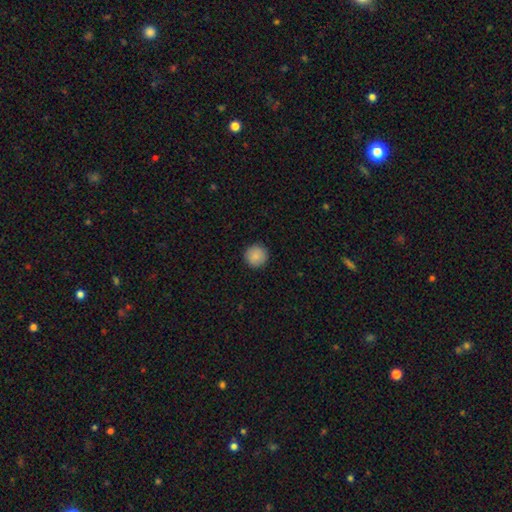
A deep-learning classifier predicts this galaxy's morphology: This appears to be a smooth galaxy with no disk features (89%) that is round (96%). Merging: none (92%).